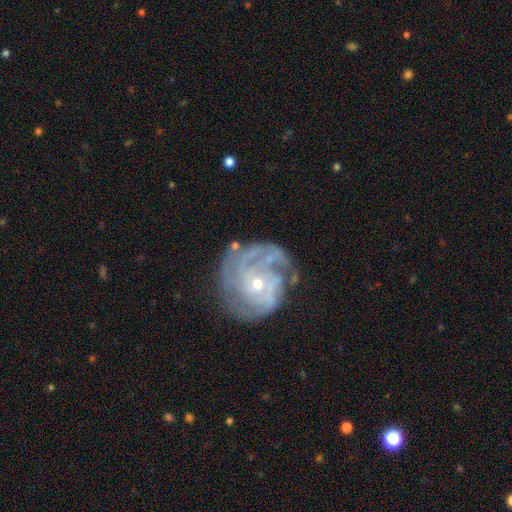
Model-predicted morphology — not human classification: A featured or disk galaxy (85%) with no bar (69%), 3 (31%) tight (69%) spiral arms (97%) and a small central bulge (68%).

Vote fractions:
- Smooth or featured? featured or disk: 85% / star or artifact: 8% / smooth: 7%
- Edge-on disk? no: 97% / yes: 3%
- Bar? no: 69% / weak: 24% / strong: 7%
- Spiral arms? yes: 97% / no: 3%
- Spiral winding? tight: 69% / medium: 26% / loose: 5%
- Spiral arm count? 3: 31% / can't tell: 22% / 4: 18% / 2: 16% / more than 4: 7% / 1: 7%
- Bulge size? small: 68% / moderate: 29% / large: 1% / none: 1% / dominant: 1%
- Merging? none: 70% / minor disturbance: 19% / major disturbance: 9% / merger: 2%